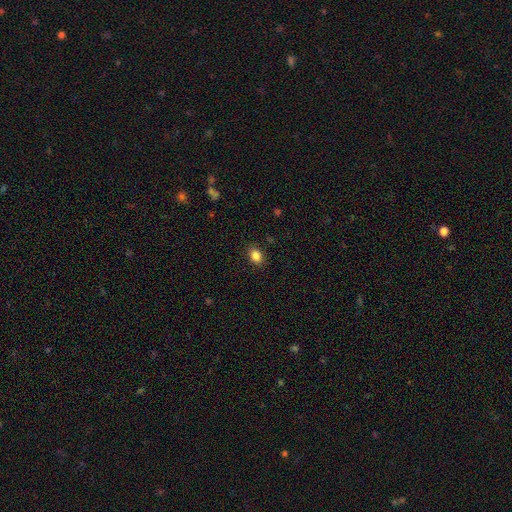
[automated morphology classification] Smooth or featured?
  - smooth: 85% *
  - star or artifact: 10%
  - featured or disk: 5%
How rounded?
  - in between: 64% *
  - round: 35%
  - cigar-shaped: 1%
Merging?
  - none: 88% *
  - minor disturbance: 9%
  - major disturbance: 2%
  - merger: 1%